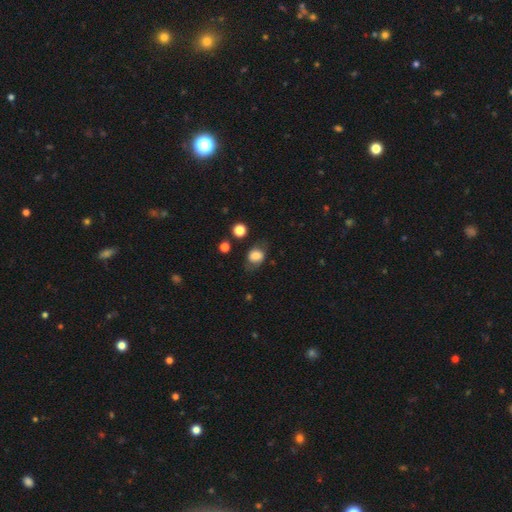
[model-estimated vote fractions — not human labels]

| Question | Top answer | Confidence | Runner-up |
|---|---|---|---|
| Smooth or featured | smooth | 76% | featured or disk (14%) |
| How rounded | in between | 51% | round (48%) |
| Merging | none | 61% | minor disturbance (25%) |